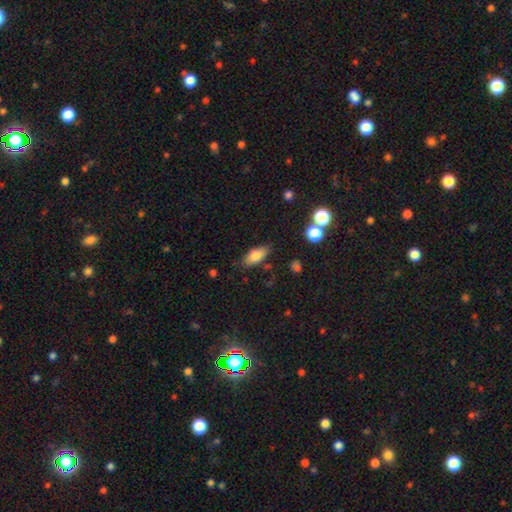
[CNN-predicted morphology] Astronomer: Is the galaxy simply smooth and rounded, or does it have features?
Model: smooth — 79%.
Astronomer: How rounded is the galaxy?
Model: in between — 86%.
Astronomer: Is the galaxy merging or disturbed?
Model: none — 78%.